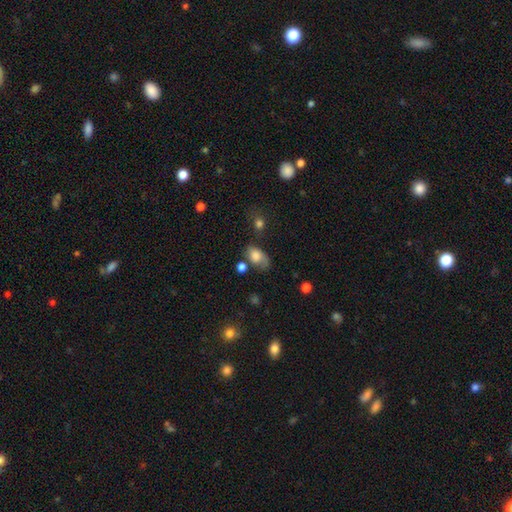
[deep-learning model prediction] This is likely a smooth galaxy (68%). How rounded: clearly in between (82%). Merging: marginally none (40%).